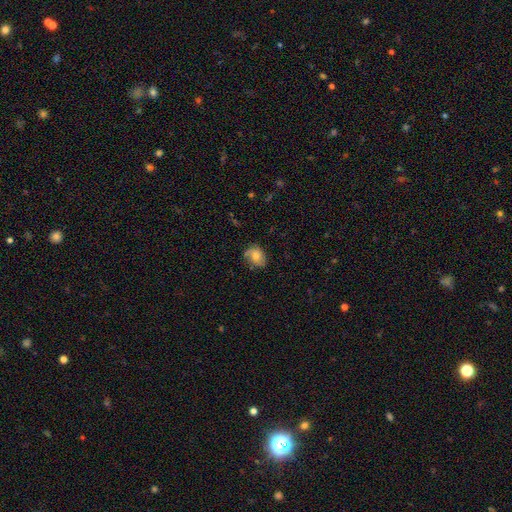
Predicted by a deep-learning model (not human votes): This is possibly a smooth galaxy (57%). How rounded: possibly in between (57%). Merging: likely none (66%).